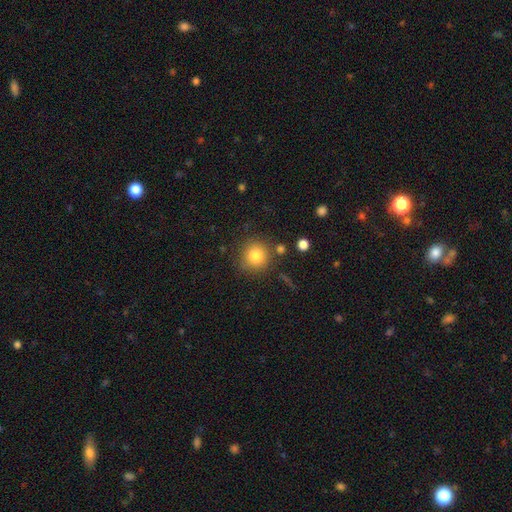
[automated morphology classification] Smooth or featured: smooth — 81% (star or artifact — 11%)
How rounded: round — 93% (in between — 6%)
Merging: none — 82% (minor disturbance — 10%)